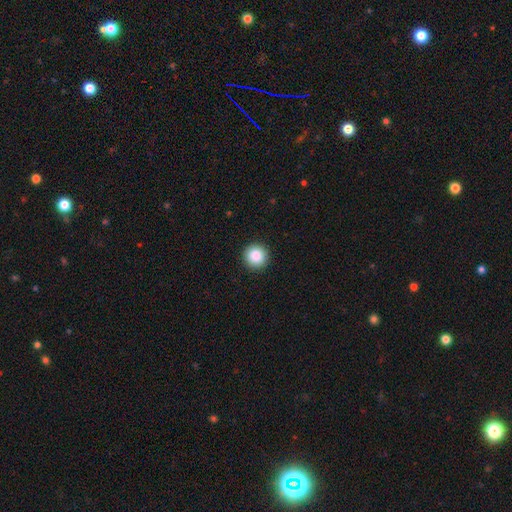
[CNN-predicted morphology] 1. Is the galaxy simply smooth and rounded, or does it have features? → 88% smooth, 9% star or artifact, 4% featured or disk.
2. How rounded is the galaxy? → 96% round, 4% in between, 1% cigar-shaped.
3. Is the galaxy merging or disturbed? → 93% none, 5% minor disturbance, 1% major disturbance, 1% merger.